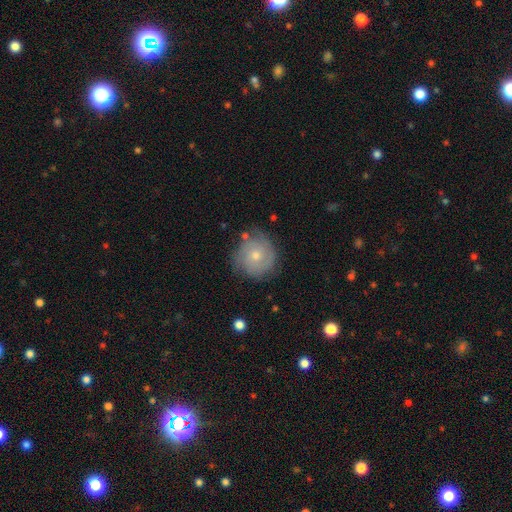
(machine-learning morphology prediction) Smooth or featured: featured or disk — 60% (smooth — 33%)
Edge-on disk: no — 98% (yes — 2%)
Bar: no — 82% (weak — 16%)
Spiral arms: yes — 84% (no — 16%)
Bulge size: moderate — 52% (small — 44%)
Merging: none — 74% (minor disturbance — 18%)